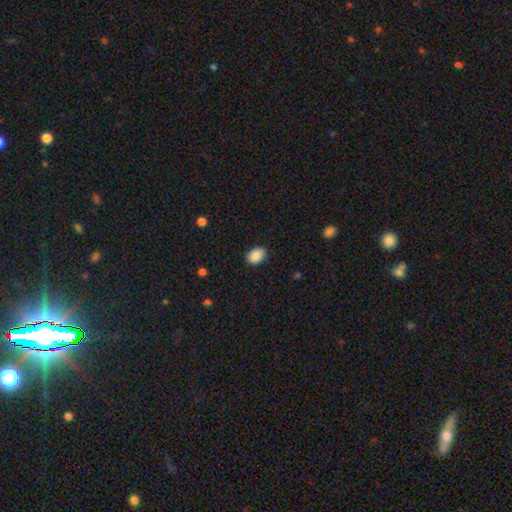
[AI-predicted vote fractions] Morphology: type=smooth (89%); roundness=in between (76%); merging=none (86%).